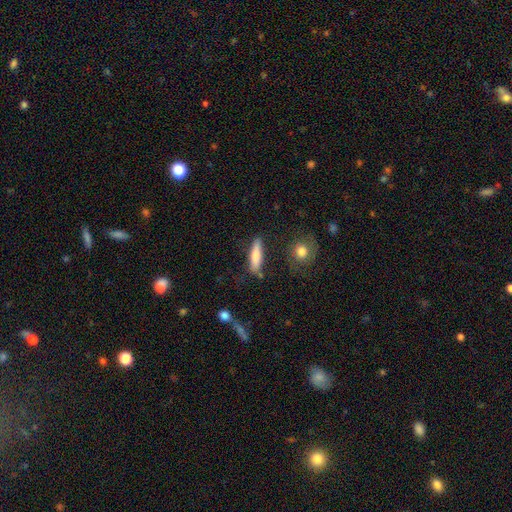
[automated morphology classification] Smooth or featured?
  - smooth: 74% *
  - featured or disk: 20%
  - star or artifact: 6%
How rounded?
  - cigar-shaped: 73% *
  - in between: 25%
  - round: 2%
Merging?
  - none: 79% *
  - minor disturbance: 13%
  - merger: 4%
  - major disturbance: 4%